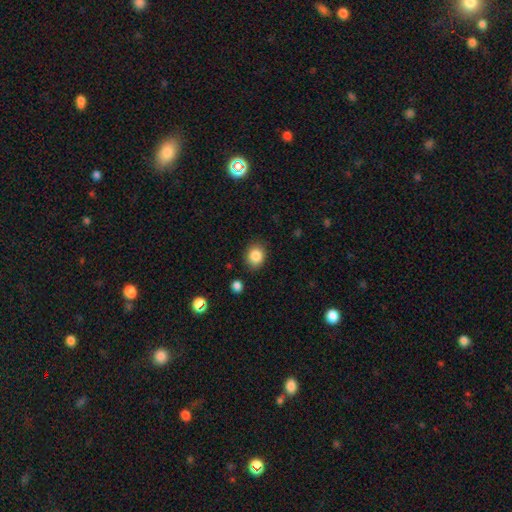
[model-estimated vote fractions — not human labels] Smooth or featured? Predicted: smooth (p=0.86). How rounded? Predicted: round (p=0.63). Merging? Predicted: none (p=0.84).